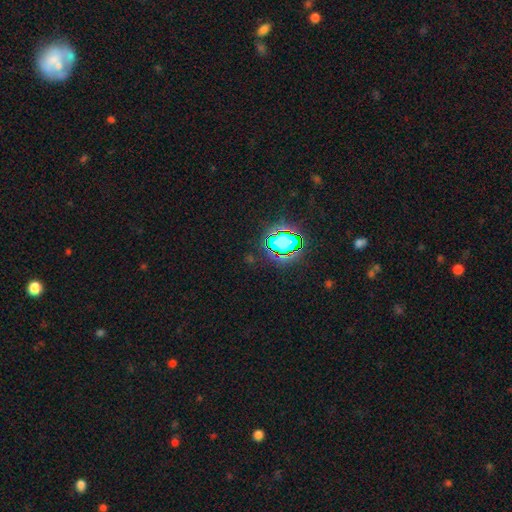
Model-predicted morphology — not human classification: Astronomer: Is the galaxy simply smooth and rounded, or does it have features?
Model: star or artifact — 80%.